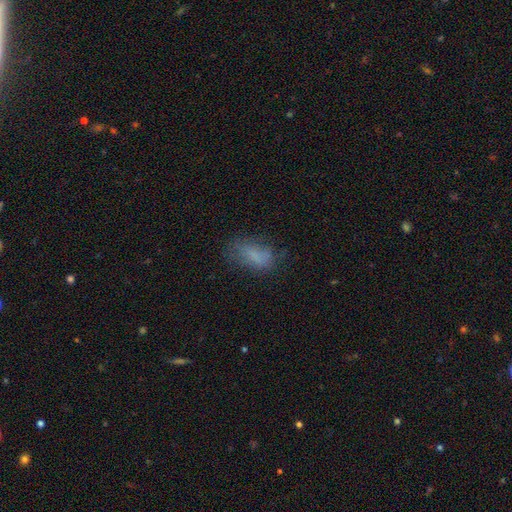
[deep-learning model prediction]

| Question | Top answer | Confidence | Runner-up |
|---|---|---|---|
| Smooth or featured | smooth | 70% | featured or disk (17%) |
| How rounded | in between | 87% | cigar-shaped (8%) |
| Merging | none | 57% | minor disturbance (25%) |